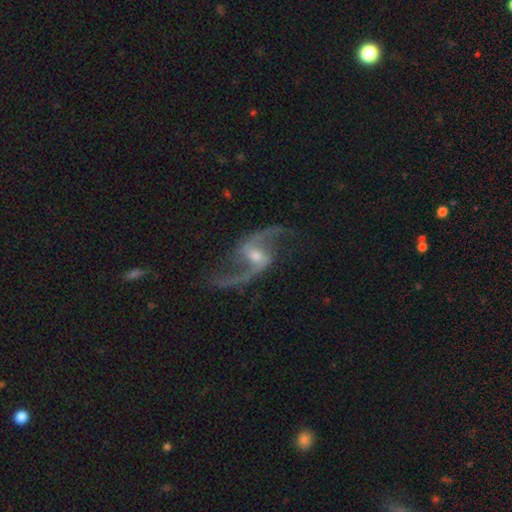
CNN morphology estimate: This appears to be a featured or disk galaxy (92%) with a weak bar (46%), 2 (94%) loose (79%) spiral arms (98%) and a small central bulge (50%). Merging: none (80%).